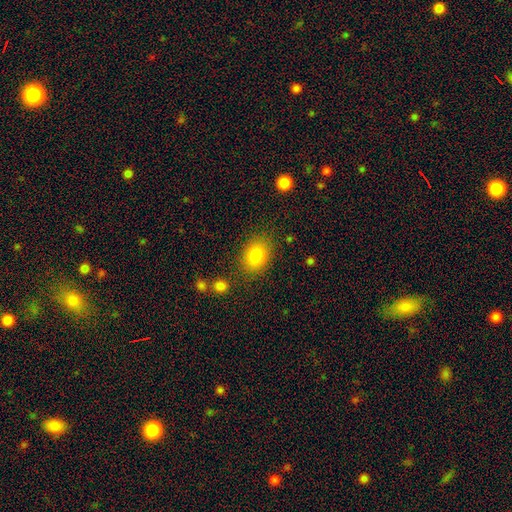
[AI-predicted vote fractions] Smooth or featured? Predicted: smooth (p=0.82). How rounded? Predicted: in between (p=0.62). Merging? Predicted: none (p=0.82).